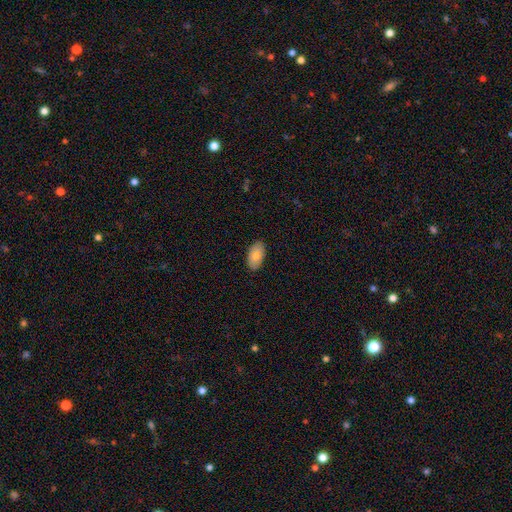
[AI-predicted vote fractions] A smooth galaxy with no disk features (79%) that is in between round and cigar-shaped (95%).

Vote fractions:
- Smooth or featured? smooth: 79% / featured or disk: 15% / star or artifact: 6%
- How rounded? in between: 95% / round: 3% / cigar-shaped: 2%
- Merging? none: 88% / minor disturbance: 9% / major disturbance: 2% / merger: 1%